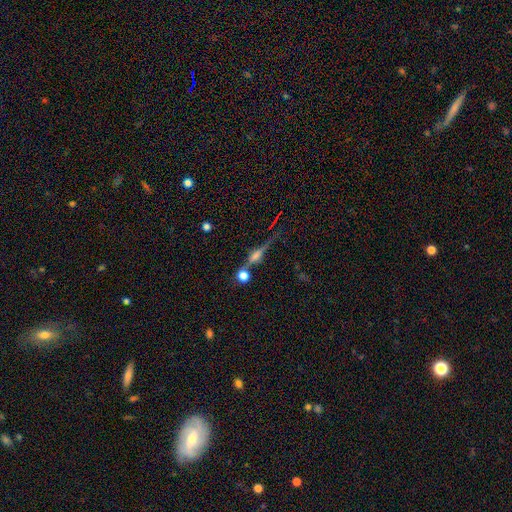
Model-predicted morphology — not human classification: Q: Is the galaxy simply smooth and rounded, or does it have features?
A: featured or disk — 55%.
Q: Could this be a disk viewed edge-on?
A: yes — 91%.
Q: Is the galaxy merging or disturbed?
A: none — 64%.